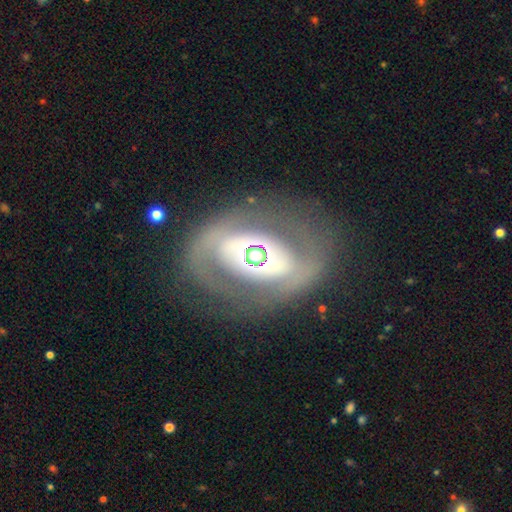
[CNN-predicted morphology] featured or disk 70%, smooth 21%, star or artifact 9%. Down the decision tree: edge-on disk — no (90%); bar — no (66%); spiral arms — no (56%); bulge size — moderate (39%, tied with large); merging — none (71%).